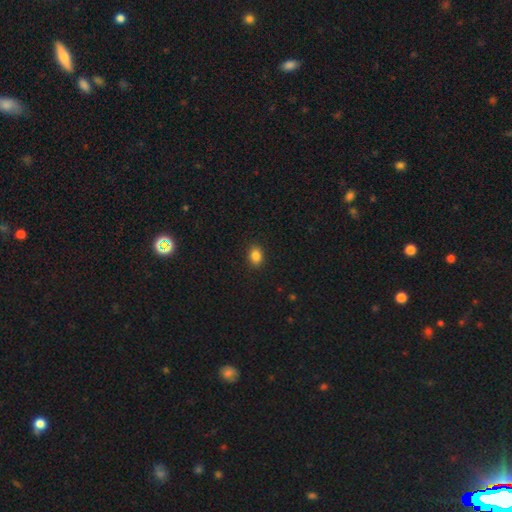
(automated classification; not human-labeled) A smooth galaxy with no disk features (85%) that is in between round and cigar-shaped (62%). Merging: none (90%).